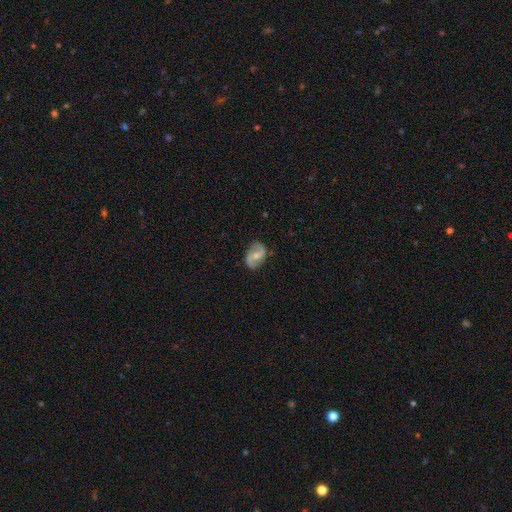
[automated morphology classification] type=featured or disk (72%); edge-on=no (97%); bar=weak (45%); spiral arms=yes (87%); winding=medium (42%); arm count=2 (90%); bulge=moderate (60%); merging=none (81%).